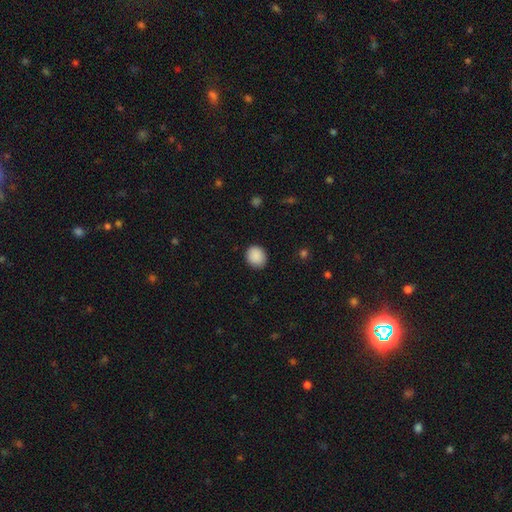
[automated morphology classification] This is clearly a smooth galaxy (90%). How rounded: likely round (71%). Merging: clearly none (88%).